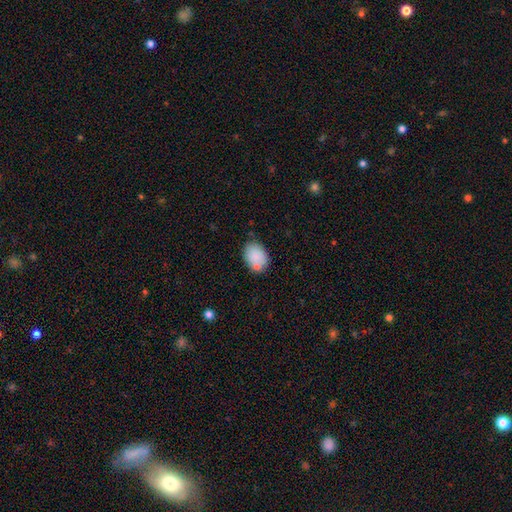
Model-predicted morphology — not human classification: A smooth galaxy with no disk features (85%) that is in between round and cigar-shaped (76%).

Vote fractions:
- Smooth or featured? smooth: 85% / star or artifact: 7% / featured or disk: 7%
- How rounded? in between: 76% / round: 23% / cigar-shaped: 1%
- Merging? none: 67% / minor disturbance: 18% / merger: 11% / major disturbance: 4%